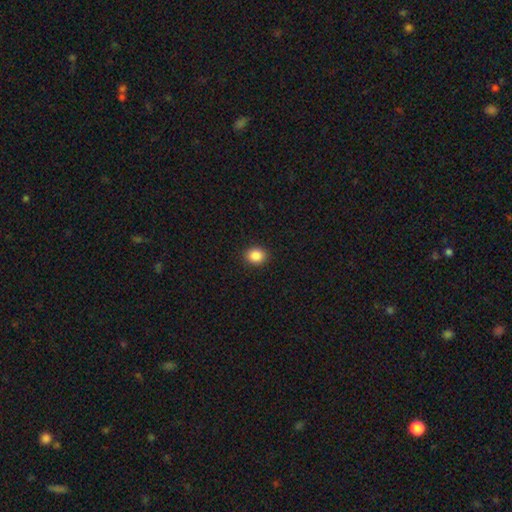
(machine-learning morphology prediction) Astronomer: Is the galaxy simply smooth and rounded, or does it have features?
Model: smooth — 88%.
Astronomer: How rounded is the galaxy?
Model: round — 70%.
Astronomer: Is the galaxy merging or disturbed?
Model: none — 91%.